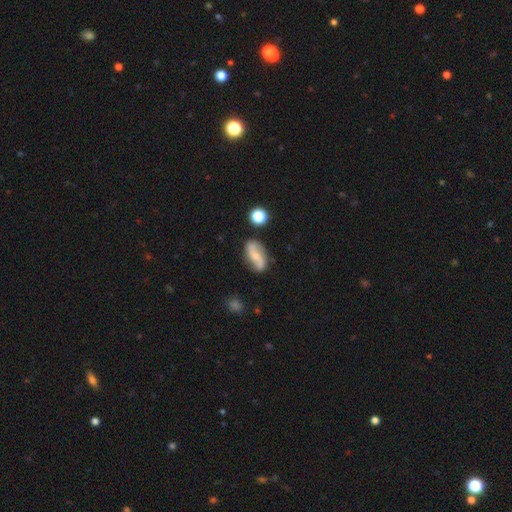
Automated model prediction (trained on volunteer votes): featured or disk 54%, smooth 38%, star or artifact 8%. Down the decision tree: edge-on disk — no (93%); bar — no (49%); spiral arms — yes (88%); bulge size — small (49%); merging — none (73%).